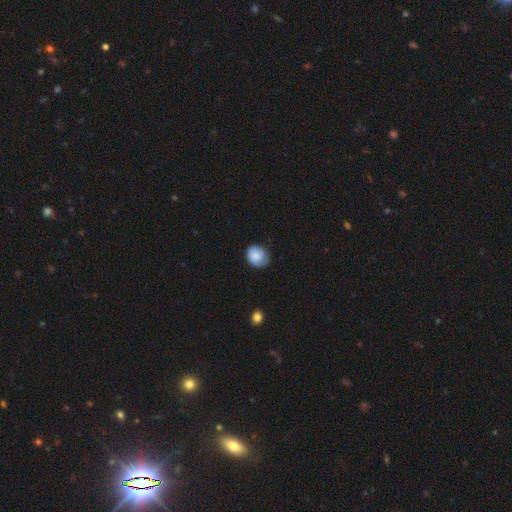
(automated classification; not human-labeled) A smooth galaxy with no disk features (83%) that is round (57%). Merging: none (64%).